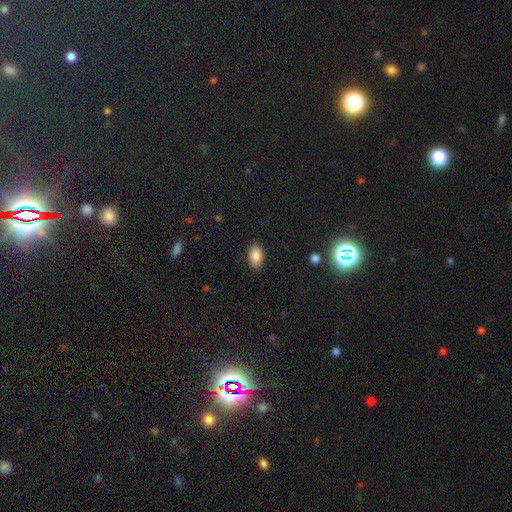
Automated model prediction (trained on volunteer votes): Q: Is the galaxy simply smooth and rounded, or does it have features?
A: smooth — 86%.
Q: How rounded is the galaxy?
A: in between — 90%.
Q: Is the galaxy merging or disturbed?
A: none — 86%.